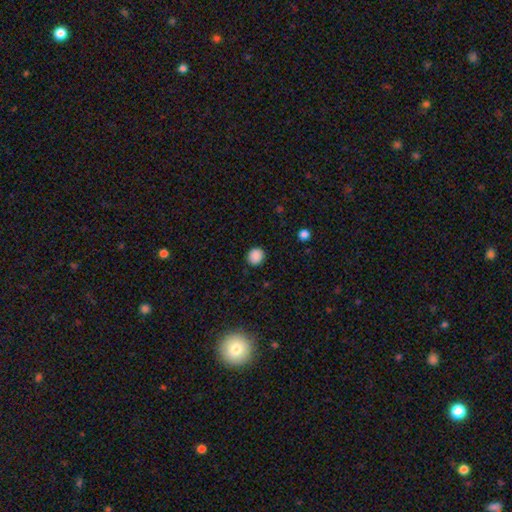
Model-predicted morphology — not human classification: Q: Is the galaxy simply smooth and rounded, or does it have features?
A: smooth — 88%.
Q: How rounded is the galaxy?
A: round — 81%.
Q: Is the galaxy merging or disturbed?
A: none — 89%.